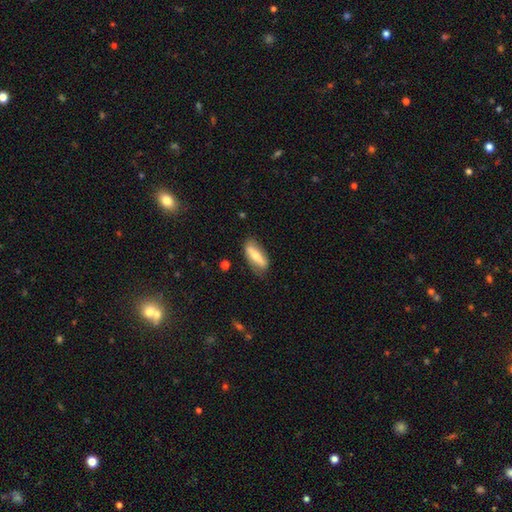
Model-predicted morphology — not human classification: A smooth galaxy with no disk features (51%) that is in between round and cigar-shaped (60%).

Vote fractions:
- Smooth or featured? smooth: 51% / featured or disk: 43% / star or artifact: 6%
- How rounded? in between: 60% / cigar-shaped: 37% / round: 3%
- Merging? none: 73% / minor disturbance: 20% / major disturbance: 5% / merger: 2%